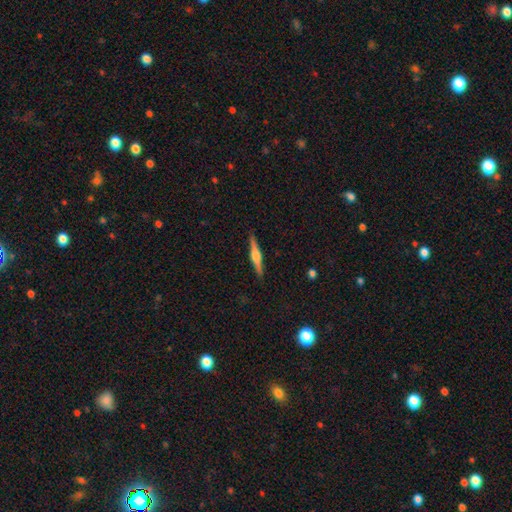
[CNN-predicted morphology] featured or disk 73%, smooth 22%, star or artifact 6%. Down the decision tree: edge-on disk — yes (98%); edge-on bulge — rounded (84%); merging — none (91%).